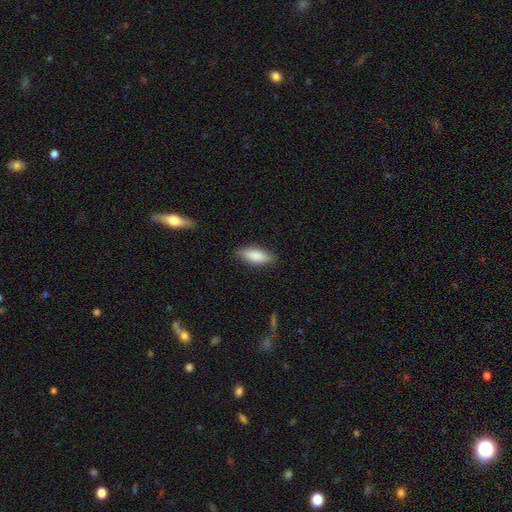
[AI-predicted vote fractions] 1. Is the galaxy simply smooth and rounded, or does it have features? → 84% smooth, 10% featured or disk, 6% star or artifact.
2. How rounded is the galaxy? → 68% in between, 30% cigar-shaped, 2% round.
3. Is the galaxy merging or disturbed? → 86% none, 11% minor disturbance, 2% major disturbance, 1% merger.